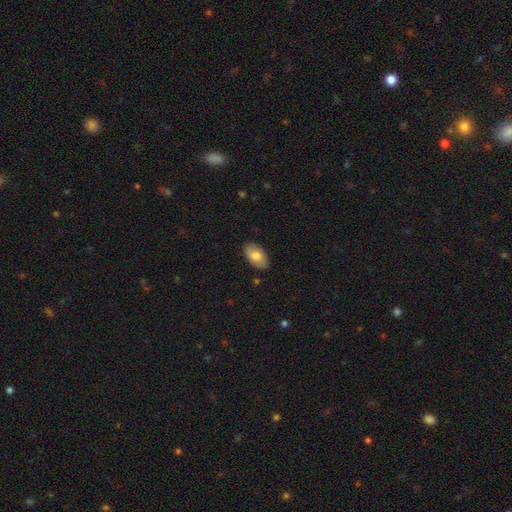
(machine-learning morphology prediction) A smooth galaxy with no disk features (77%) that is in between round and cigar-shaped (94%). Merging: none (87%).